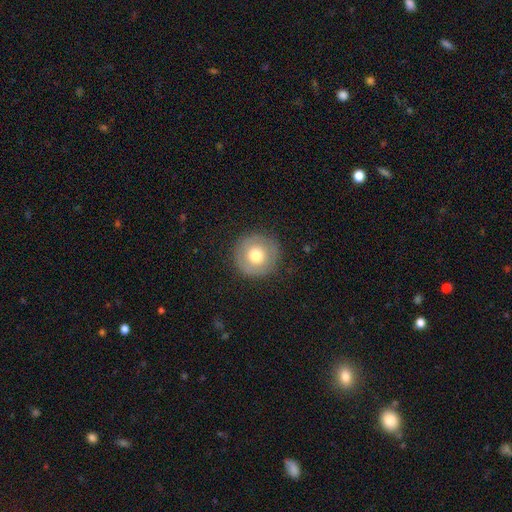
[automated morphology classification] Q: Smooth or featured?
A: smooth (67%); runner-up: featured or disk (24%)
Q: How rounded?
A: round (96%); runner-up: in between (3%)
Q: Merging?
A: none (88%); runner-up: minor disturbance (8%)